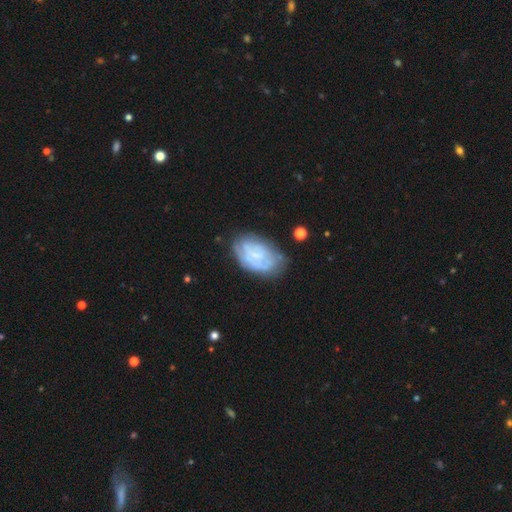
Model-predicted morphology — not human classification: Smooth or featured? Predicted: featured or disk (p=0.59). Edge-on disk? Predicted: no (p=0.96). Bar? Predicted: no (p=0.67). Spiral arms? Predicted: yes (p=0.62). Bulge size? Predicted: small (p=0.52). Merging? Predicted: none (p=0.59).